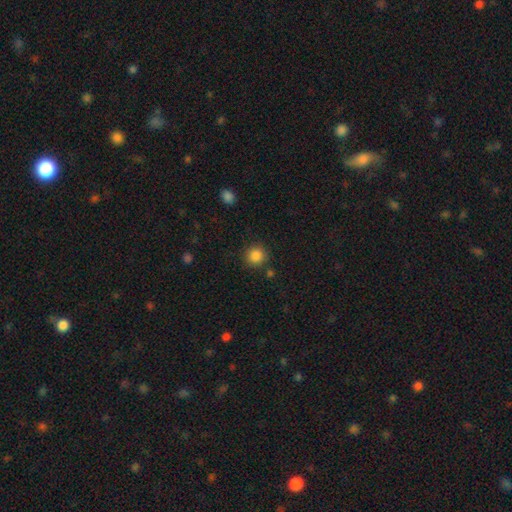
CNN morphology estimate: The model was most divided on "smooth or featured": smooth: 86%, star or artifact: 10%, featured or disk: 4%. More confident: how rounded — round (93%); merging — none (86%).